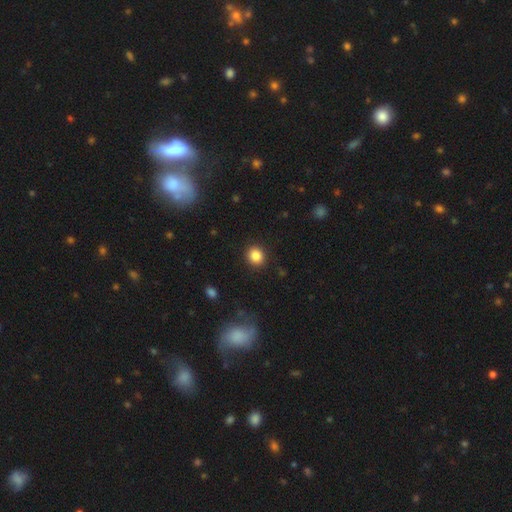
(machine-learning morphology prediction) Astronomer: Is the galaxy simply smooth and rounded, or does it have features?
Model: smooth — 86%.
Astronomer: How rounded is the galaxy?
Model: round — 75%.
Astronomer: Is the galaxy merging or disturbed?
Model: none — 90%.